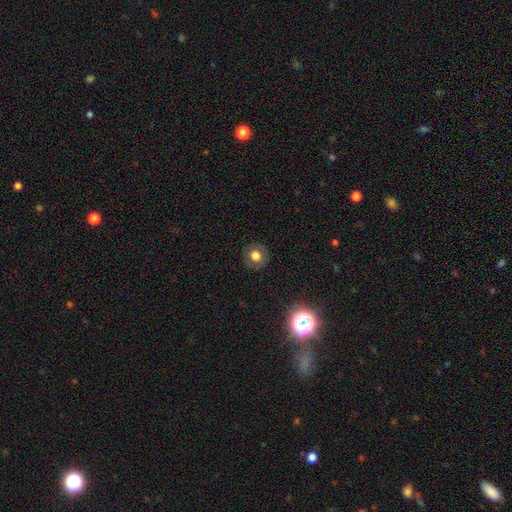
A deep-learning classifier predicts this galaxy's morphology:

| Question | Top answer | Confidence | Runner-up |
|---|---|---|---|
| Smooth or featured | smooth | 68% | featured or disk (19%) |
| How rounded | round | 88% | in between (11%) |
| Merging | none | 87% | minor disturbance (9%) |